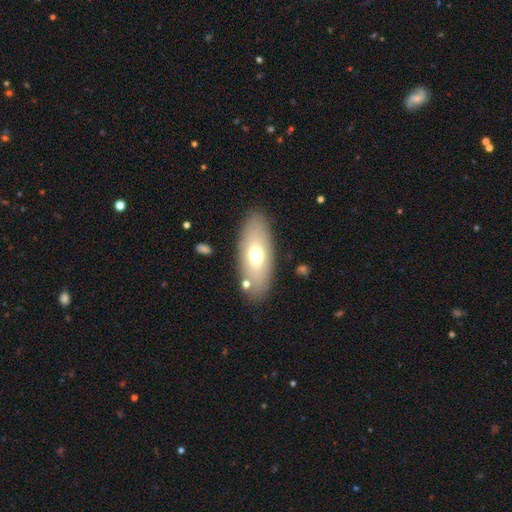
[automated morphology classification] Overall: smooth (65%; featured or disk 27%). How rounded: in between (83%). Merging: none (83%).